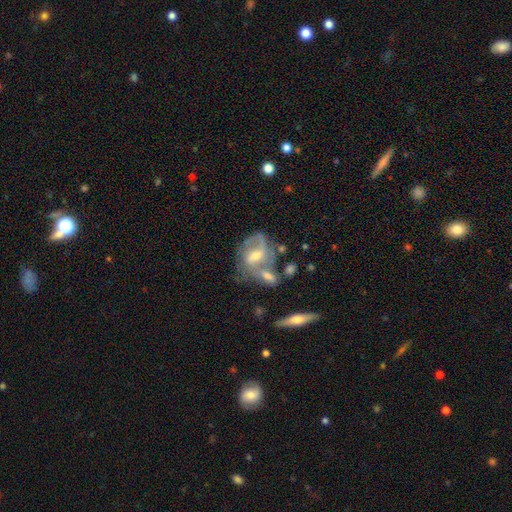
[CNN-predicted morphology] Smooth or featured: featured or disk — 78% (smooth — 14%)
Edge-on disk: no — 94% (yes — 6%)
Bar: weak — 45% (no — 29%)
Spiral arms: yes — 85% (no — 15%)
Spiral winding: medium — 46% (tight — 28%)
Spiral arm count: 2 — 62% (can't tell — 18%)
Bulge size: moderate — 56% (small — 38%)
Merging: none — 44% (merger — 24%)